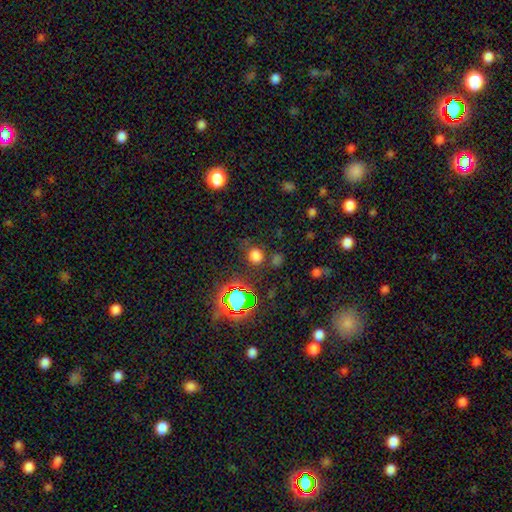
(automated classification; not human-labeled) Morphology: type=smooth (68%); roundness=round (81%); merging=none (77%).